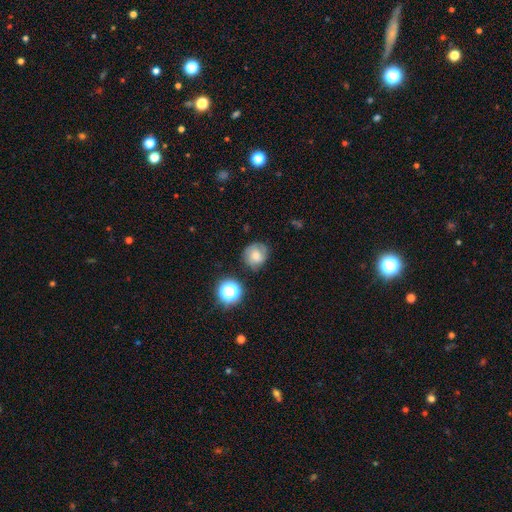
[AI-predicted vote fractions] Morphology: type=smooth (58%); roundness=round (84%); merging=none (70%).